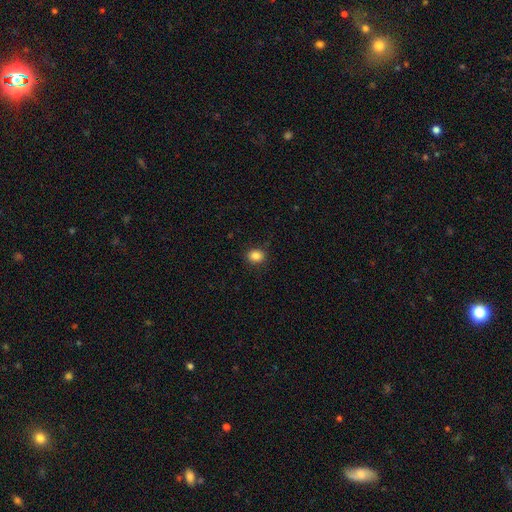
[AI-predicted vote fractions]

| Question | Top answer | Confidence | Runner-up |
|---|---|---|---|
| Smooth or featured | smooth | 85% | star or artifact (10%) |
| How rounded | round | 64% | in between (35%) |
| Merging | none | 88% | minor disturbance (9%) |